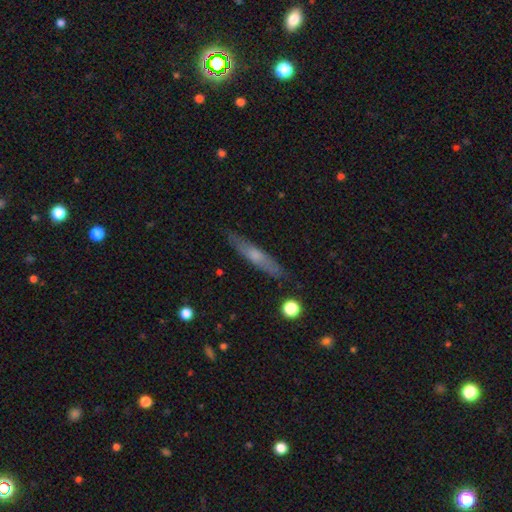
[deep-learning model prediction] A smooth galaxy with no disk features (48%).

Vote fractions:
- Smooth or featured? smooth: 48% / featured or disk: 45% / star or artifact: 7%
- Merging? none: 87% / minor disturbance: 10% / major disturbance: 2% / merger: 1%